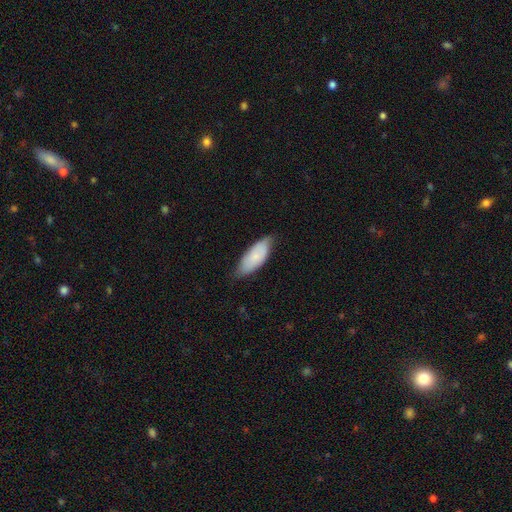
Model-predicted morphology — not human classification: smooth-or-featured: smooth: 75% | featured or disk: 19% | star or artifact: 6%
  how-rounded: in between: 80% | cigar-shaped: 18% | round: 2%
  merging: none: 67% | minor disturbance: 27% | major disturbance: 4% | merger: 1%